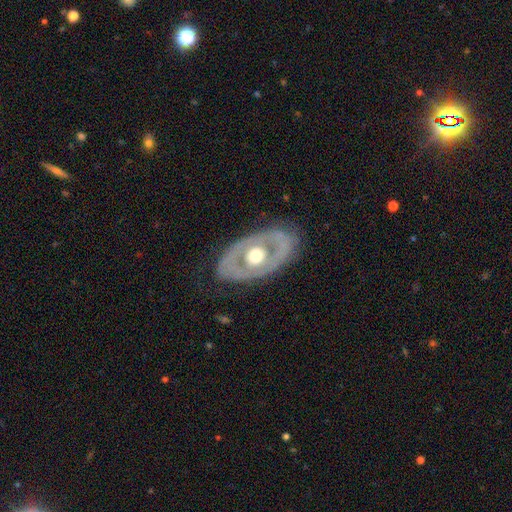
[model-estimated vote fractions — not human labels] Smooth or featured? featured or disk (67%)
Edge-on disk? no (90%)
Bar? no (90%)
Spiral arms? no (85%)
Bulge size? moderate (66%)
Merging? none (77%)